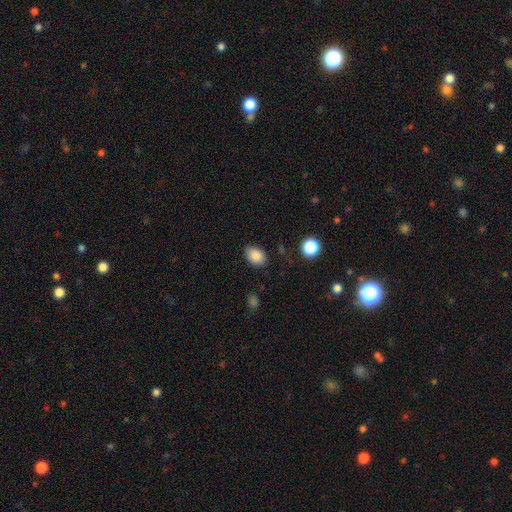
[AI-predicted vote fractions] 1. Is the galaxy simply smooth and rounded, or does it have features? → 87% smooth, 9% star or artifact, 4% featured or disk.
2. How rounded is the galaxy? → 77% in between, 22% round, 1% cigar-shaped.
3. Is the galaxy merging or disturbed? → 83% none, 12% minor disturbance, 3% major disturbance, 2% merger.